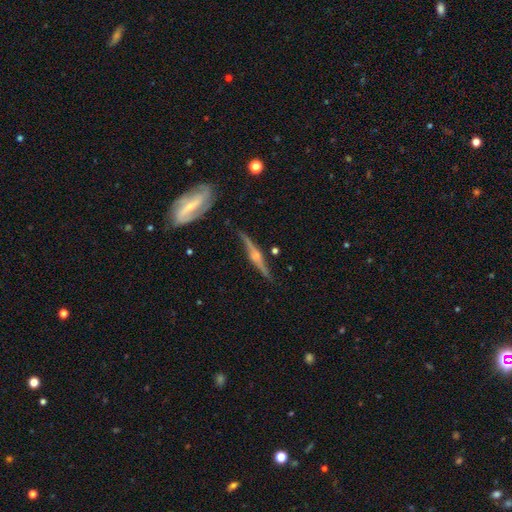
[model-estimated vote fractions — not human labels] Smooth or featured? Predicted: featured or disk (p=0.84). Edge-on disk? Predicted: yes (p=0.94). Edge-on bulge? Predicted: rounded (p=0.85). Merging? Predicted: none (p=0.81).